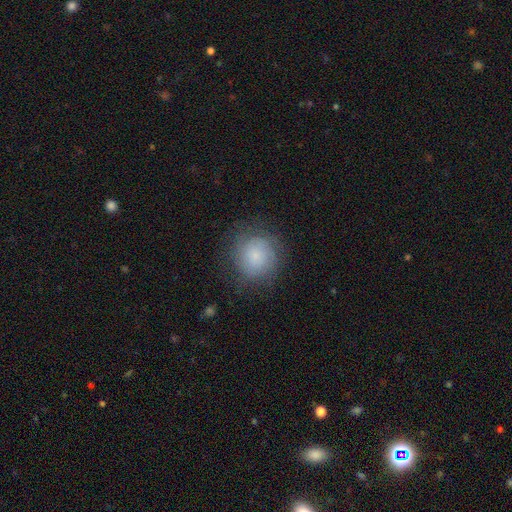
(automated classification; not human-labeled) Smooth or featured? smooth (71%)
How rounded? round (90%)
Merging? none (75%)